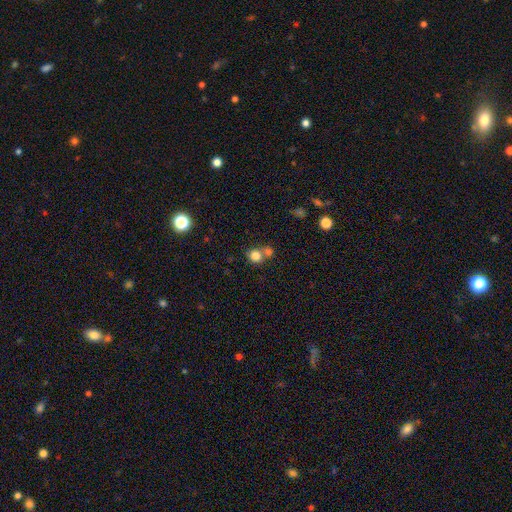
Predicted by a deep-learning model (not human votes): Q: Smooth or featured?
A: smooth (81%); runner-up: star or artifact (11%)
Q: How rounded?
A: round (80%); runner-up: in between (19%)
Q: Merging?
A: none (48%); runner-up: merger (40%)